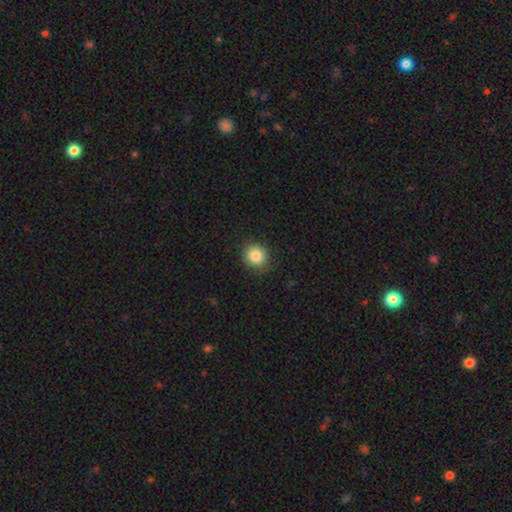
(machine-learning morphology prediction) smooth_or_featured: smooth (p=0.85) [alt: star or artifact p=0.10]
how_rounded: round (p=0.86) [alt: in between p=0.13]
merging: none (p=0.89) [alt: minor disturbance p=0.08]